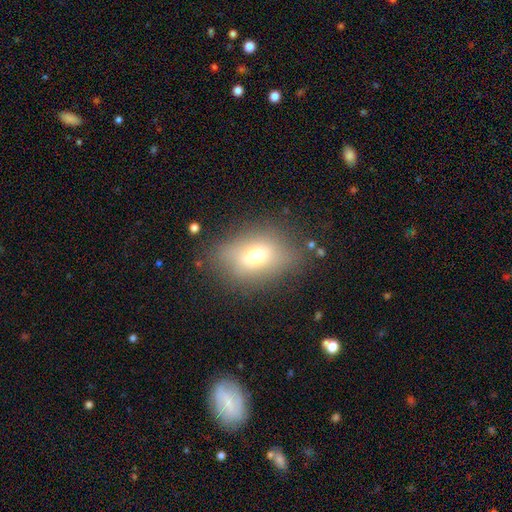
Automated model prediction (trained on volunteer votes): A smooth galaxy with no disk features (66%) that is in between round and cigar-shaped (77%). Merging: none (76%).